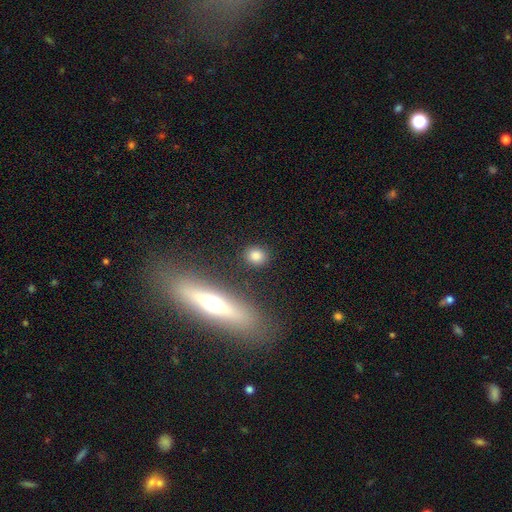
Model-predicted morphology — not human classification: A smooth galaxy with no disk features (81%) that is round (77%). Merging: none (87%).